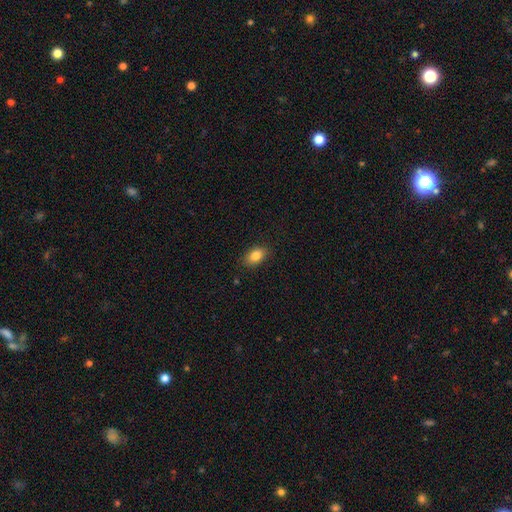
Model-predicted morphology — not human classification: type=smooth (84%); roundness=in between (84%); merging=none (86%).